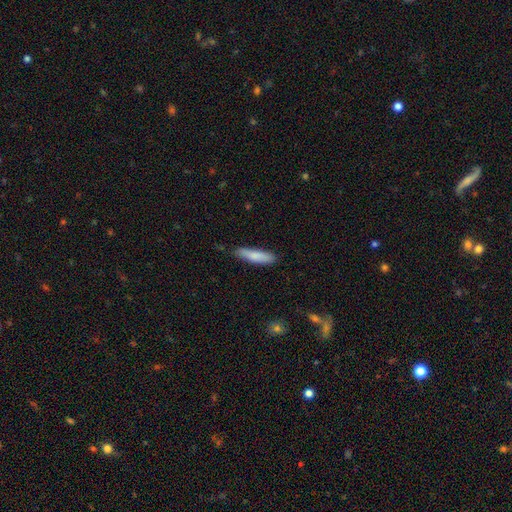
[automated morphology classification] smooth 82%, featured or disk 13%, star or artifact 6%. Down the decision tree: how rounded — cigar-shaped (78%); merging — none (79%).